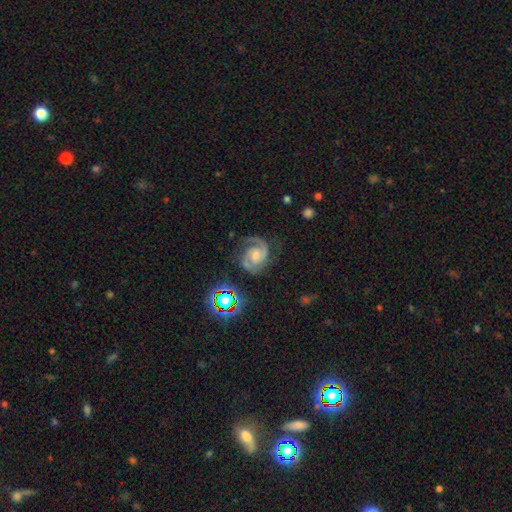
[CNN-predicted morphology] smooth-or-featured: featured or disk: 87% | star or artifact: 7% | smooth: 6%
  disk-edge-on: no: 98% | yes: 2%
    bar: no: 55% | weak: 36% | strong: 8%
    has-spiral-arms: yes: 98% | no: 2%
      spiral-winding: medium: 50% | tight: 40% | loose: 10%
      spiral-arm-count: 2: 88% | can't tell: 4% | 1: 3% | 3: 3% | 4: 1% | more than 4: 1%
    bulge-size: moderate: 38% | small: 33% | none: 18% | large: 9% | dominant: 2%
  merging: none: 70% | minor disturbance: 18% | major disturbance: 10% | merger: 3%